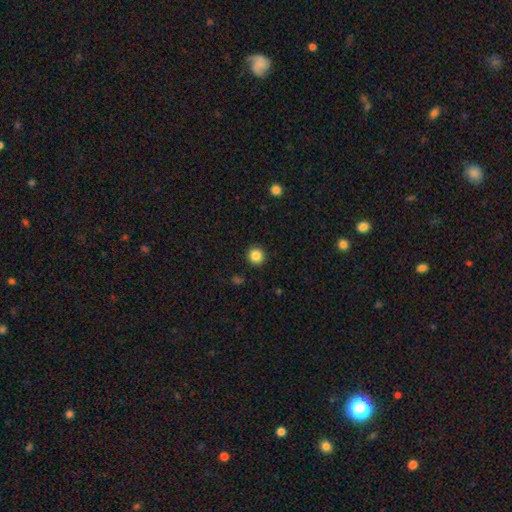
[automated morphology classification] A smooth galaxy with no disk features (85%) that is round (93%).

Vote fractions:
- Smooth or featured? smooth: 85% / star or artifact: 11% / featured or disk: 4%
- How rounded? round: 93% / in between: 6% / cigar-shaped: 1%
- Merging? none: 92% / minor disturbance: 5% / major disturbance: 2% / merger: 1%